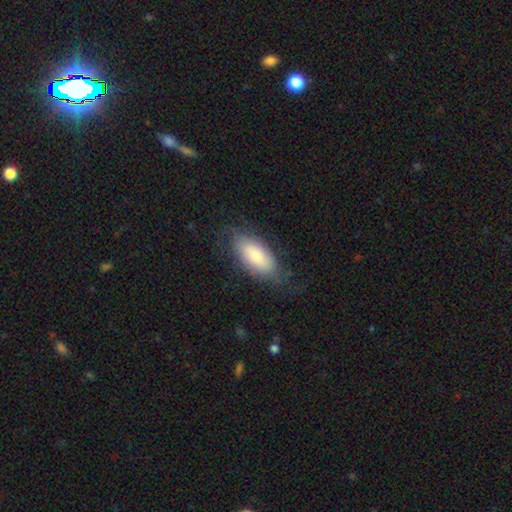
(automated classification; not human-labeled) Smooth or featured? Predicted: smooth (p=0.72). How rounded? Predicted: in between (p=0.90). Merging? Predicted: none (p=0.69).